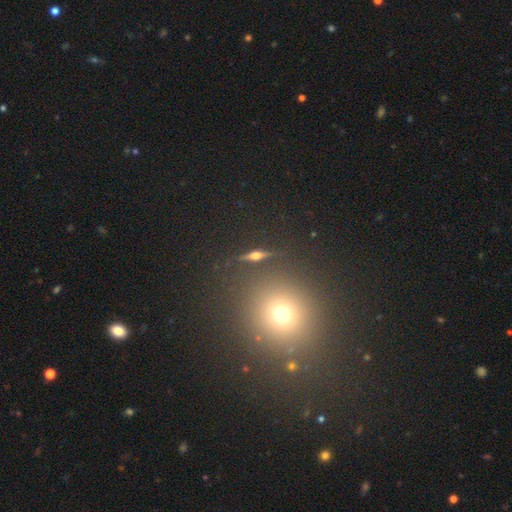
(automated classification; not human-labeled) smooth_or_featured: featured or disk (p=0.60) [alt: smooth p=0.23]
disk_edge_on: yes (p=0.90) [alt: no p=0.10]
edge_on_bulge: rounded (p=0.94) [alt: boxy p=0.03]
merging: none (p=0.88) [alt: minor disturbance p=0.07]